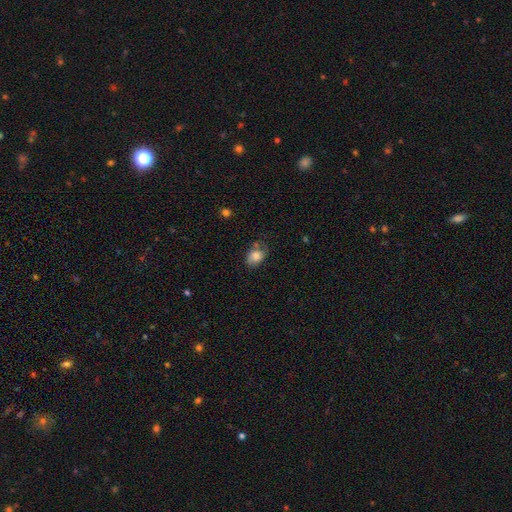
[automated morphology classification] A smooth galaxy with no disk features (78%) that is in between round and cigar-shaped (72%).

Vote fractions:
- Smooth or featured? smooth: 78% / featured or disk: 13% / star or artifact: 9%
- How rounded? in between: 72% / round: 27% / cigar-shaped: 1%
- Merging? none: 56% / minor disturbance: 28% / major disturbance: 9% / merger: 7%